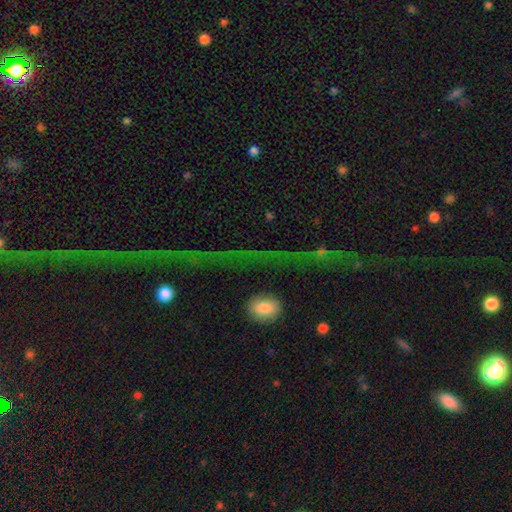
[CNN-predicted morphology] Overall: star or artifact (76%).